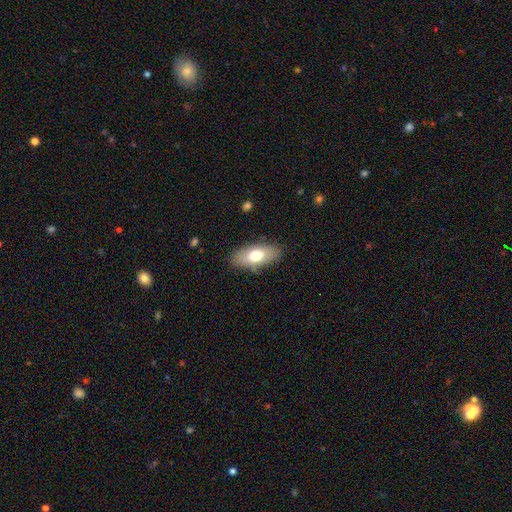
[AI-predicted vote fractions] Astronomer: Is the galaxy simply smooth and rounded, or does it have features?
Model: smooth — 70%.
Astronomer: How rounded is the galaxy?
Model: in between — 86%.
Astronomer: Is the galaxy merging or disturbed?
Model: none — 82%.